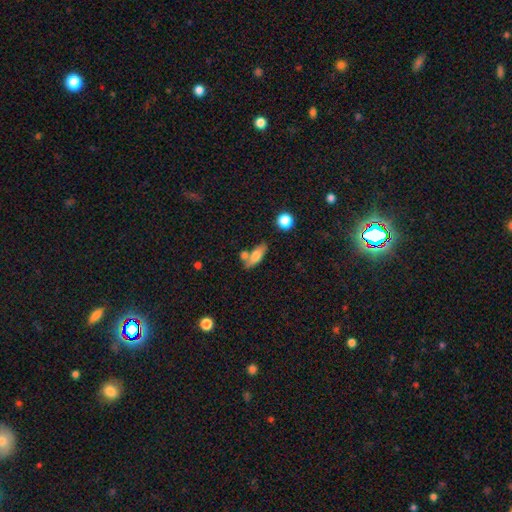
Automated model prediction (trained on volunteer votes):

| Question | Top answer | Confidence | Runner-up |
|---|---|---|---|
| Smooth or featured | smooth | 70% | featured or disk (22%) |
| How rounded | in between | 68% | cigar-shaped (28%) |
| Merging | none | 57% | merger (22%) |